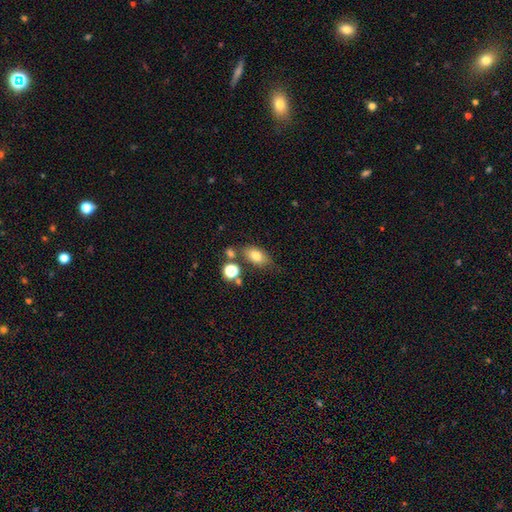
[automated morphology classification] Overall: smooth (79%). How rounded: in between (83%). Merging: none (68%).